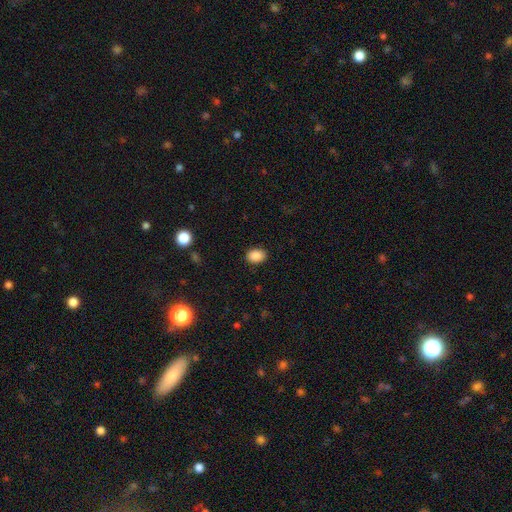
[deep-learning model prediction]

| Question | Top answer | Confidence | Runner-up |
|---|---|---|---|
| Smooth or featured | smooth | 88% | star or artifact (9%) |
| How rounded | in between | 69% | round (30%) |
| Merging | none | 89% | minor disturbance (8%) |